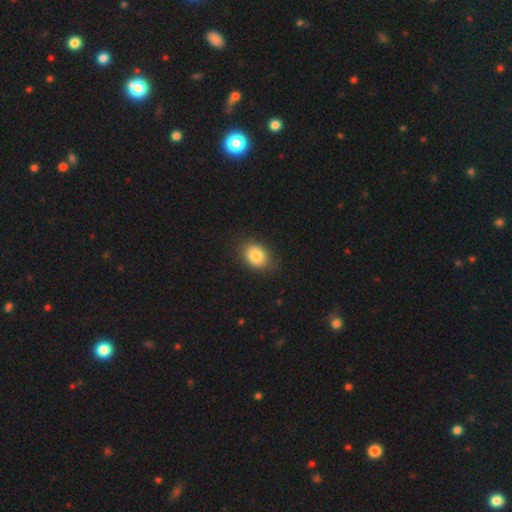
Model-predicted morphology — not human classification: A smooth galaxy with no disk features (84%) that is in between round and cigar-shaped (73%). Merging: none (86%).